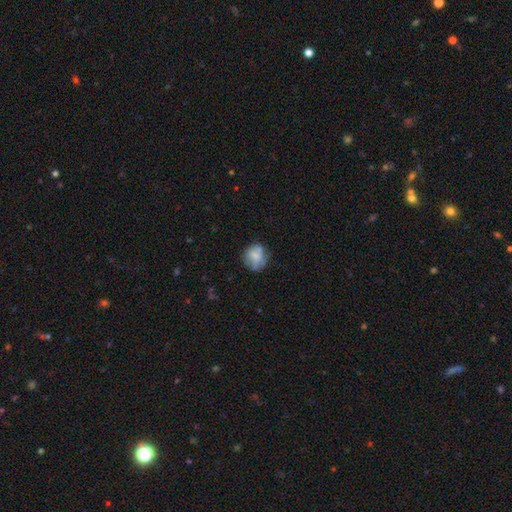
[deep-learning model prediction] Smooth or featured? smooth (68%)
How rounded? round (76%)
Merging? none (58%)